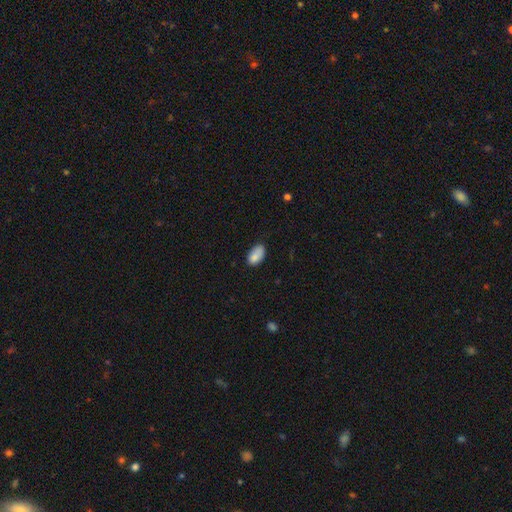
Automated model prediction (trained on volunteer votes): This is clearly a smooth galaxy (86%). How rounded: clearly in between (93%). Merging: likely none (69%).